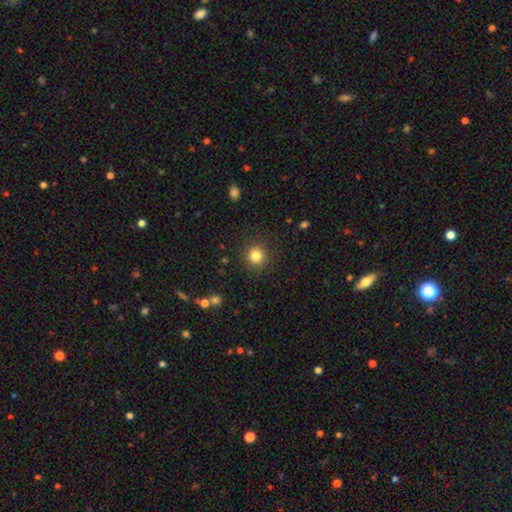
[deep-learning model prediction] A smooth galaxy with no disk features (83%) that is round (92%).

Vote fractions:
- Smooth or featured? smooth: 83% / star or artifact: 12% / featured or disk: 5%
- How rounded? round: 92% / in between: 7% / cigar-shaped: 1%
- Merging? none: 90% / minor disturbance: 6% / major disturbance: 3% / merger: 1%